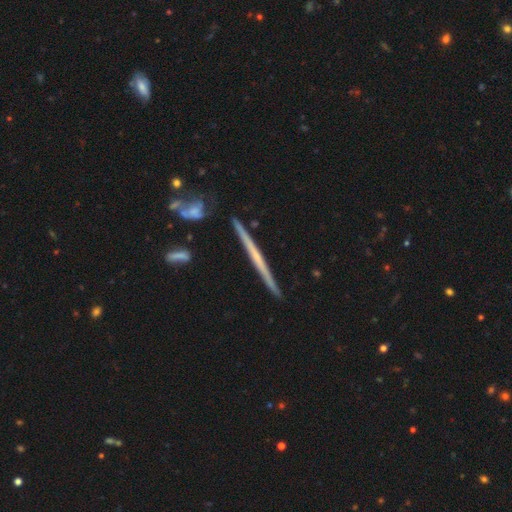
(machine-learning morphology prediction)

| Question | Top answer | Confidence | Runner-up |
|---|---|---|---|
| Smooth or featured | featured or disk | 67% | smooth (27%) |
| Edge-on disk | yes | 98% | no (2%) |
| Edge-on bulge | none | 74% | rounded (21%) |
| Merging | none | 89% | minor disturbance (7%) |